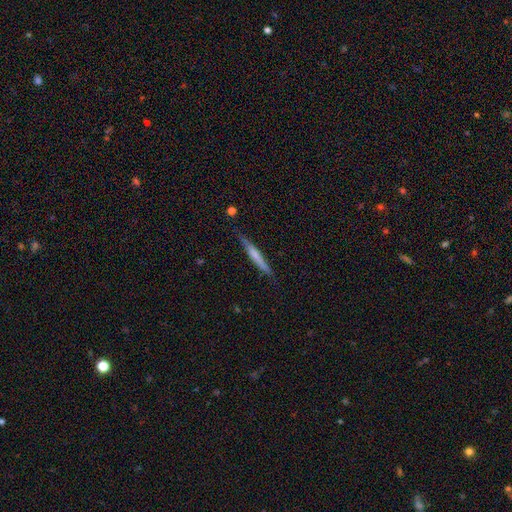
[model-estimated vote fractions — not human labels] Smooth or featured?
  - smooth: 55% *
  - featured or disk: 39%
  - star or artifact: 6%
How rounded?
  - cigar-shaped: 95% *
  - in between: 3%
  - round: 1%
Merging?
  - none: 81% *
  - minor disturbance: 15%
  - major disturbance: 3%
  - merger: 2%